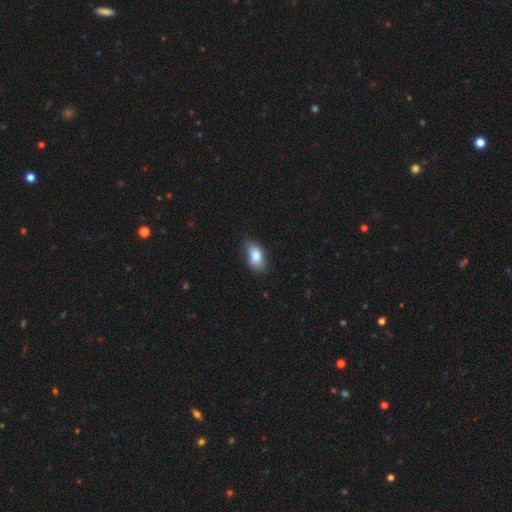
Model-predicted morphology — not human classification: smooth_or_featured: smooth (p=0.82) [alt: featured or disk p=0.10]
how_rounded: in between (p=0.90) [alt: round p=0.06]
merging: none (p=0.58) [alt: minor disturbance p=0.32]